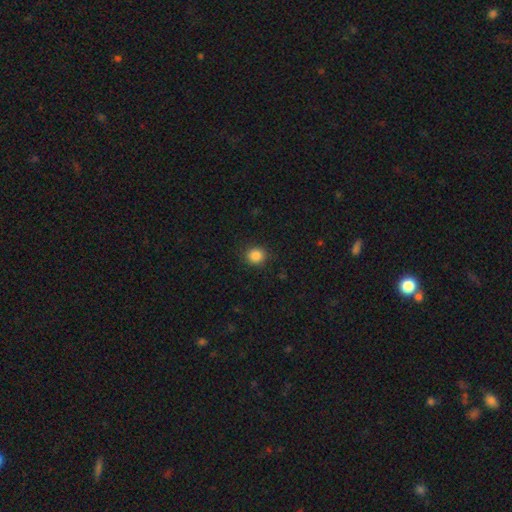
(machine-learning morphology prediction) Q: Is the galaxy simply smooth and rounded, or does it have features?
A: smooth — 85%.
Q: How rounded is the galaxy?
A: round — 85%.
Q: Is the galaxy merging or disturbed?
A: none — 89%.